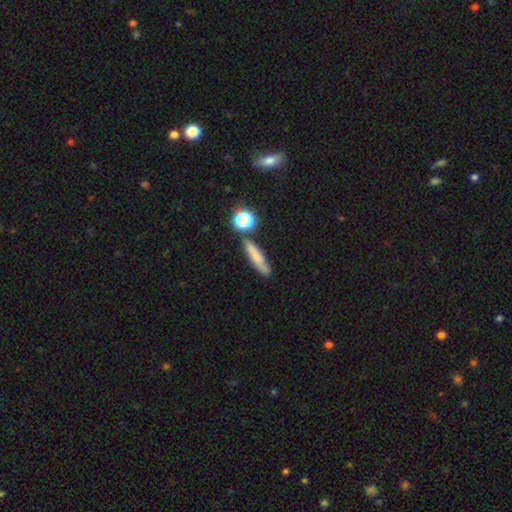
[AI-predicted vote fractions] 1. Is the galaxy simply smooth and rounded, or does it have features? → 72% smooth, 16% featured or disk, 12% star or artifact.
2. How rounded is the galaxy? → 73% cigar-shaped, 18% in between, 9% round.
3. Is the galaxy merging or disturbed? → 76% none, 13% minor disturbance, 7% merger, 4% major disturbance.